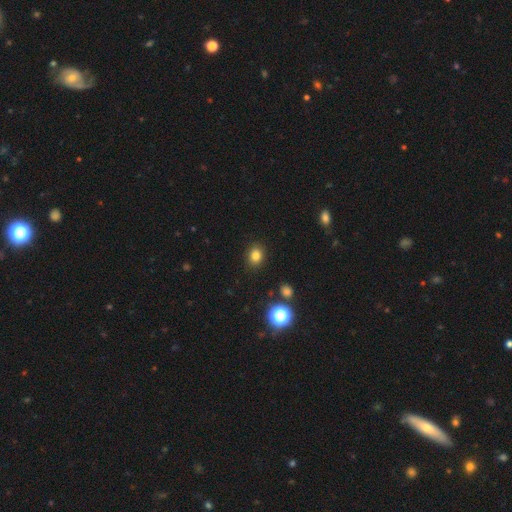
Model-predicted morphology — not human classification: The model was most divided on "how rounded": round: 62%, in between: 37%, cigar-shaped: 1%. More confident: merging — none (89%); smooth or featured — smooth (81%).